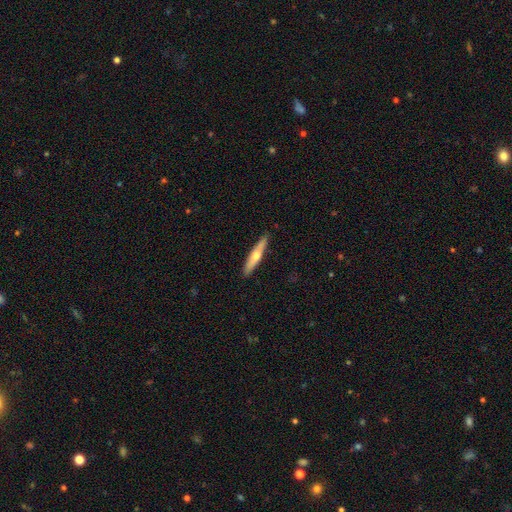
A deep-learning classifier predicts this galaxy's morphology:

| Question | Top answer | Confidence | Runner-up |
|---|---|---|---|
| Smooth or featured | smooth | 51% | featured or disk (44%) |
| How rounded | cigar-shaped | 89% | in between (10%) |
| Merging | none | 89% | minor disturbance (9%) |